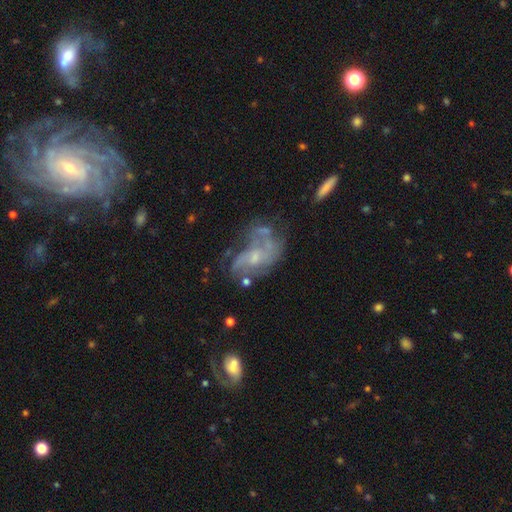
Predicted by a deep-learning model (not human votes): The model was most divided on "merging": none: 35%, major disturbance: 31%, minor disturbance: 20%, merger: 15%. Remaining: edge-on disk — no (97%); bar — no (74%); smooth or featured — featured or disk (71%); spiral arms — yes (56%); bulge size — small (50%).